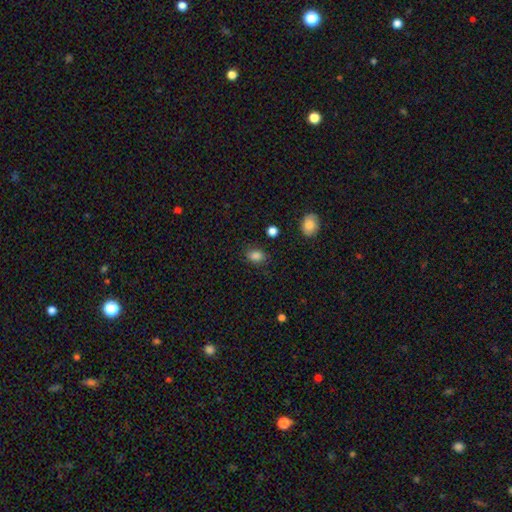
Q: Smooth or featured?
A: smooth (92%); runner-up: star or artifact (8%)
Q: How rounded?
A: in between (77%); runner-up: round (23%)
Q: Merging?
A: none (89%); runner-up: minor disturbance (9%)